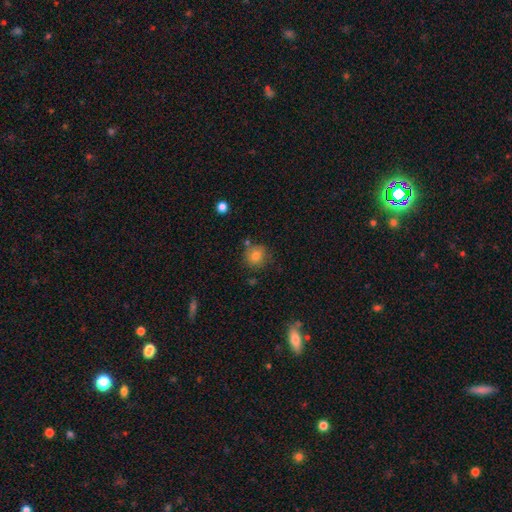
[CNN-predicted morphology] The model was most divided on "merging": none: 76%, minor disturbance: 14%, merger: 7%, major disturbance: 3%. More confident: how rounded — round (89%); smooth or featured — smooth (79%).